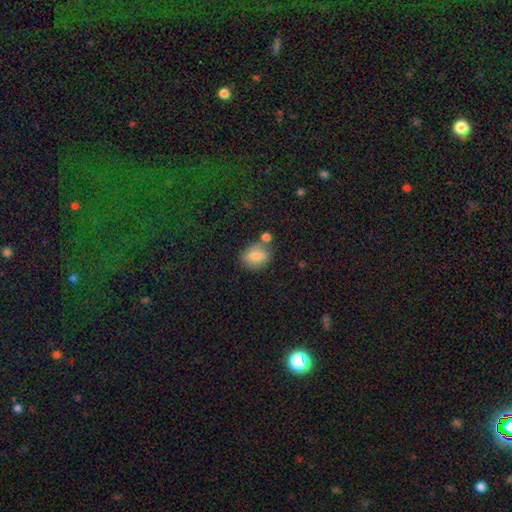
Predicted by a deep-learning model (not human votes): This is clearly a smooth galaxy (81%). How rounded: possibly in between (53%). Merging: likely none (63%).